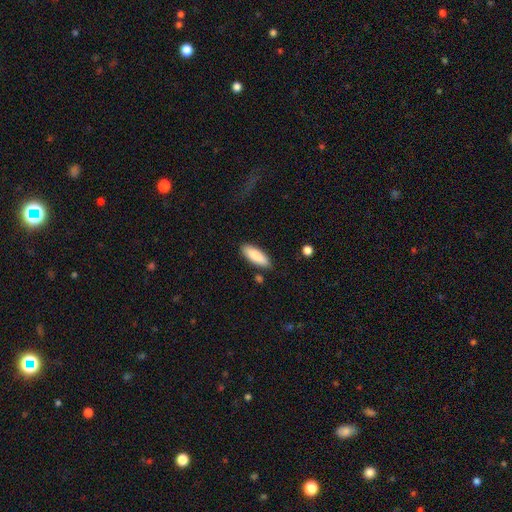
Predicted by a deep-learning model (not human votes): Smooth or featured? Predicted: smooth (p=0.87). How rounded? Predicted: in between (p=0.65). Merging? Predicted: none (p=0.85).